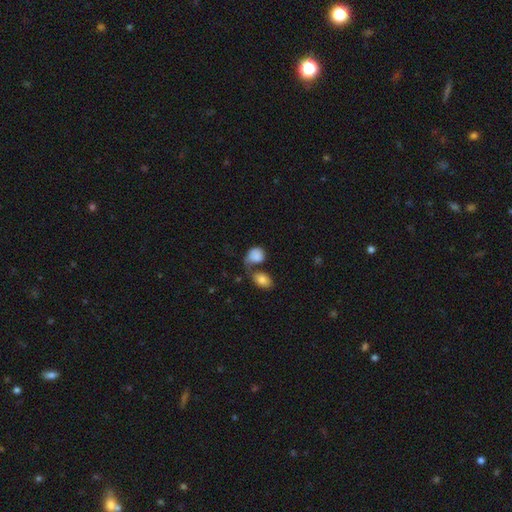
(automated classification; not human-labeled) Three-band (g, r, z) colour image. It shows a smooth galaxy with no disk features (84%) that is in between round and cigar-shaped (54%). Merging: merger (36%).